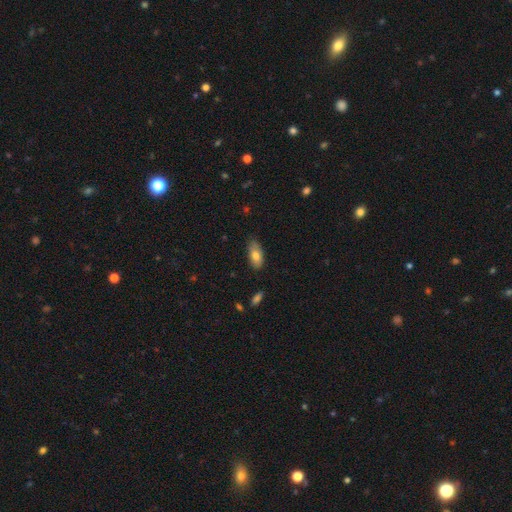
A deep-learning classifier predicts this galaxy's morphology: This is likely a smooth galaxy (76%). How rounded: clearly in between (88%). Merging: likely none (79%).